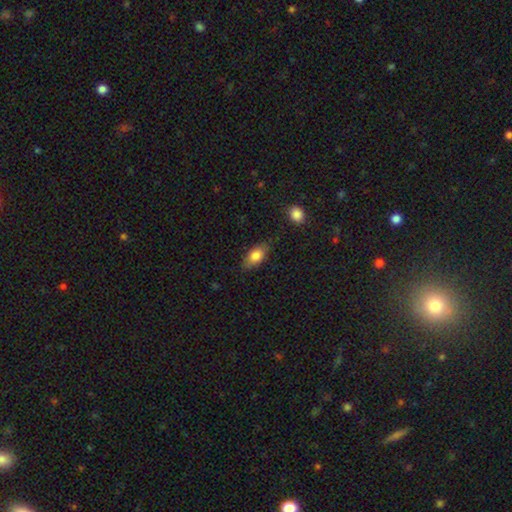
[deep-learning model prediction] smooth 78%, featured or disk 15%, star or artifact 7%. Down the decision tree: how rounded — in between (86%); merging — none (80%).